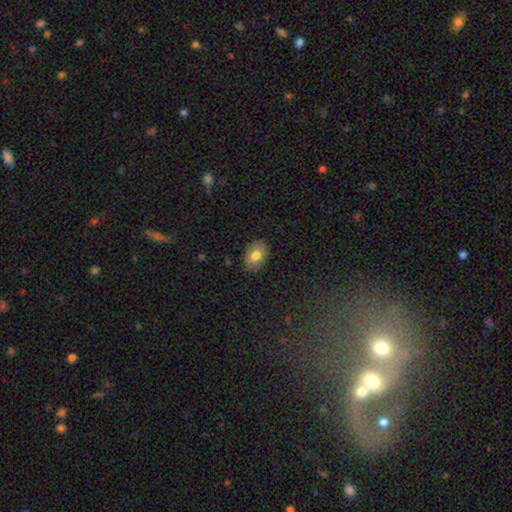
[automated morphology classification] Smooth or featured: smooth — 77% (featured or disk — 15%)
How rounded: in between — 80% (round — 19%)
Merging: none — 86% (minor disturbance — 10%)